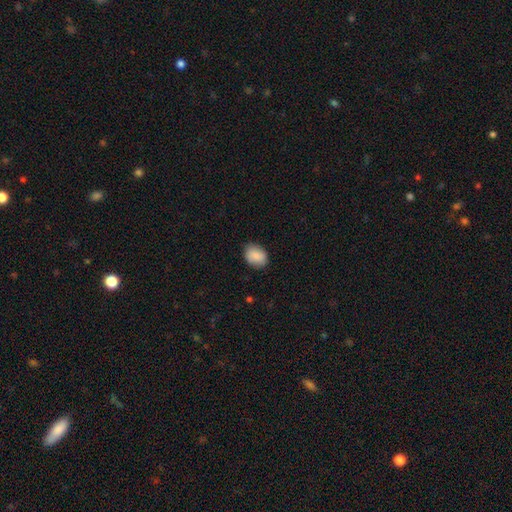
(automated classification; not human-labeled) smooth 88%, star or artifact 7%, featured or disk 5%. Down the decision tree: how rounded — in between (68%); merging — none (82%).